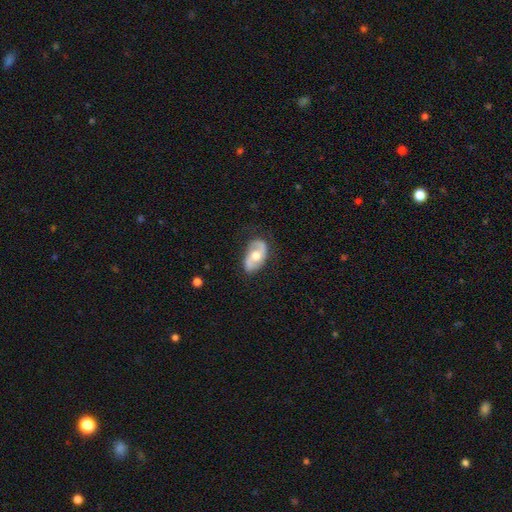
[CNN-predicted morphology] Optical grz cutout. It shows a featured or disk galaxy (69%) with no bar (60%), 2 (87%) loose (41%) spiral arms (83%) and a moderate central bulge (76%). Merging: none (76%).